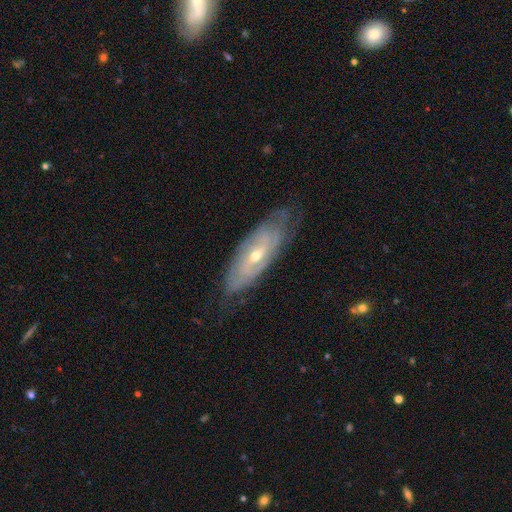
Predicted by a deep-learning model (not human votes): Smooth or featured?
  - featured or disk: 79% *
  - smooth: 14%
  - star or artifact: 6%
Edge-on disk?
  - no: 81% *
  - yes: 19%
Bar?
  - no: 45% *
  - weak: 39%
  - strong: 16%
Spiral arms?
  - yes: 86% *
  - no: 14%
Spiral winding?
  - tight: 64% *
  - medium: 27%
  - loose: 9%
Spiral arm count?
  - can't tell: 49% *
  - 2: 32%
  - 3: 8%
  - 4: 5%
  - 1: 3%
  - more than 4: 3%
Bulge size?
  - small: 54% *
  - moderate: 44%
  - large: 1%
  - none: 1%
  - dominant: 1%
Merging?
  - none: 73% *
  - minor disturbance: 20%
  - major disturbance: 5%
  - merger: 1%